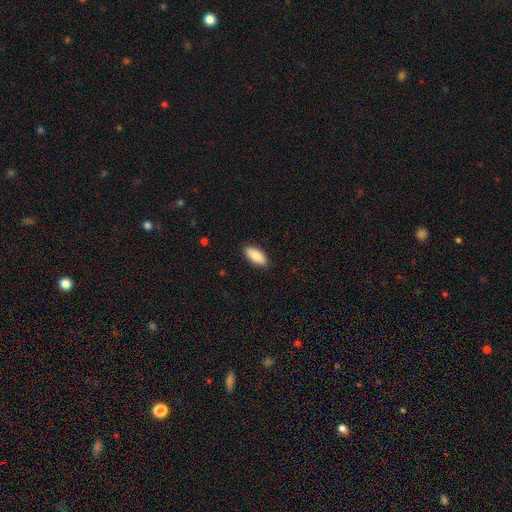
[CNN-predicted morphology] Overall: smooth (88%). How rounded: in between (88%). Merging: none (88%).